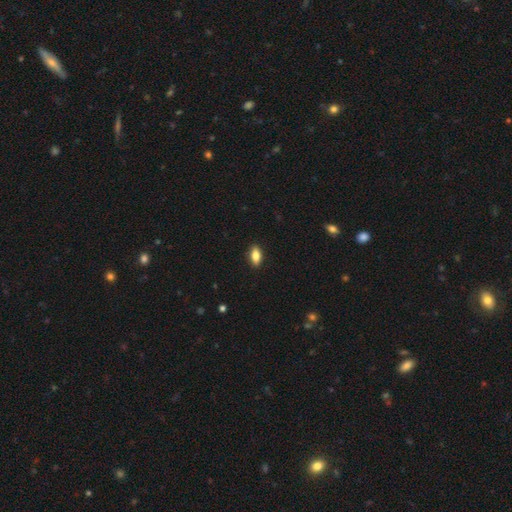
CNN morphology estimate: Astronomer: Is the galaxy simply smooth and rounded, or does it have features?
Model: smooth — 82%.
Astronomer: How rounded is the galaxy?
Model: in between — 87%.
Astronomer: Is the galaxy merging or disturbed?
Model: none — 89%.